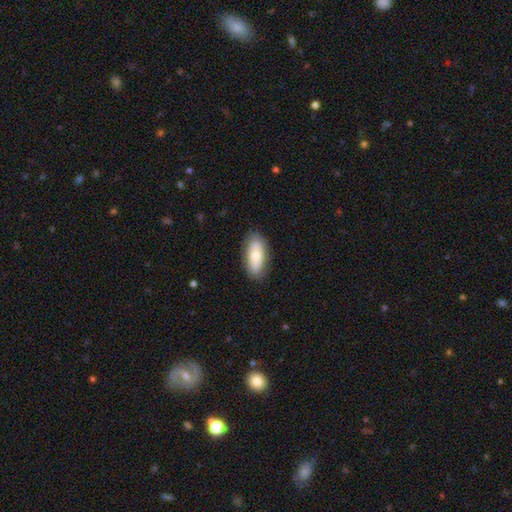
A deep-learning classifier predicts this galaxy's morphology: This appears to be a smooth galaxy with no disk features (70%) that is in between round and cigar-shaped (87%). Merging: none (85%).